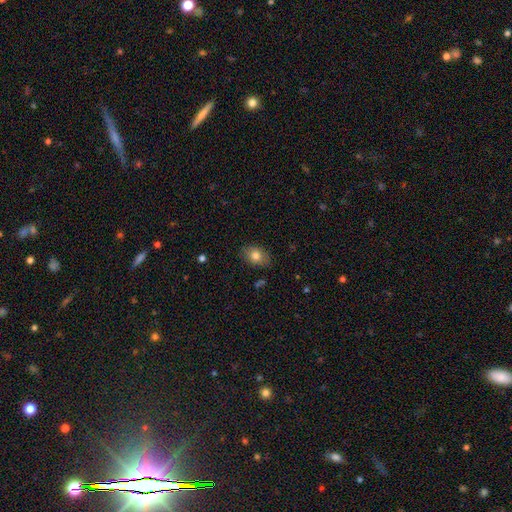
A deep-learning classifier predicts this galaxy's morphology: Q: Smooth or featured?
A: smooth (79%); runner-up: featured or disk (13%)
Q: How rounded?
A: in between (78%); runner-up: round (20%)
Q: Merging?
A: none (82%); runner-up: minor disturbance (14%)